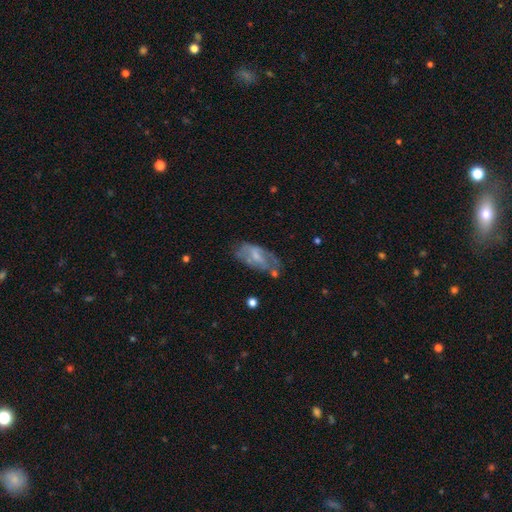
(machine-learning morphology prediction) Smooth or featured? featured or disk (56%)
Edge-on disk? no (91%)
Bar? weak (47%)
Spiral arms? yes (56%)
Bulge size? small (44%)
Merging? none (48%)